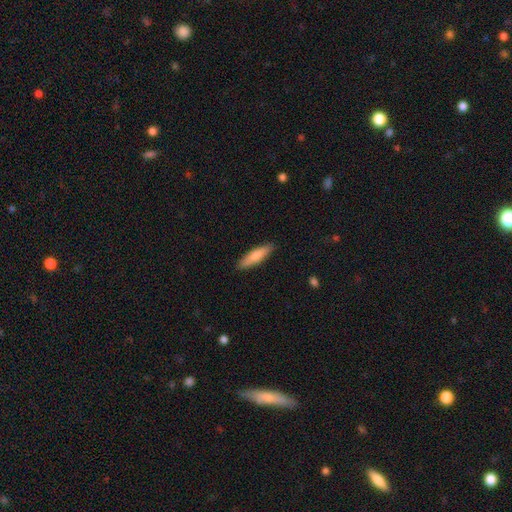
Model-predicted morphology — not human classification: smooth 77%, featured or disk 18%, star or artifact 5%. Down the decision tree: how rounded — cigar-shaped (74%); merging — none (89%).